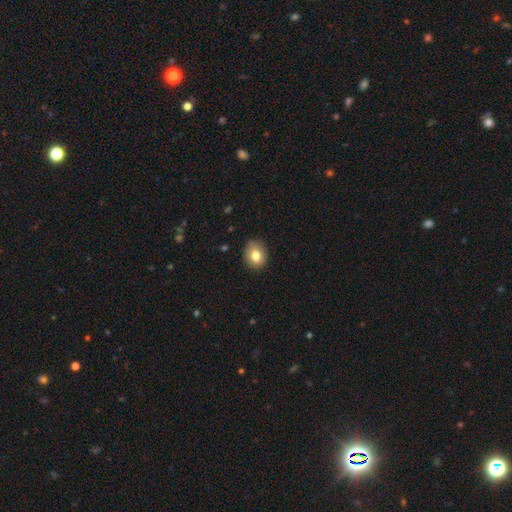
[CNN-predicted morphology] Smooth or featured: smooth — 80% (featured or disk — 11%)
How rounded: round — 58% (in between — 41%)
Merging: none — 83% (minor disturbance — 13%)